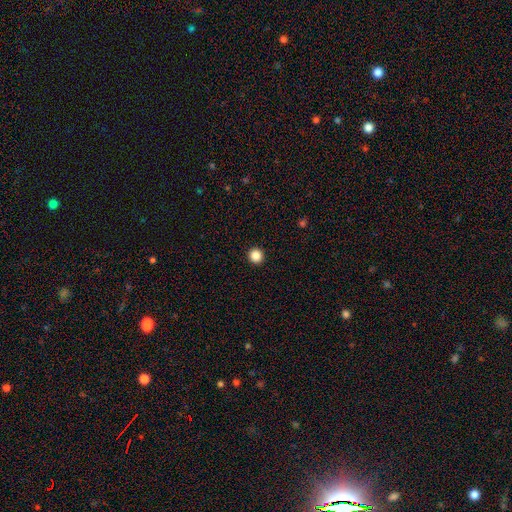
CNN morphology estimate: This is clearly a smooth galaxy (86%). How rounded: clearly round (94%). Merging: clearly none (94%).